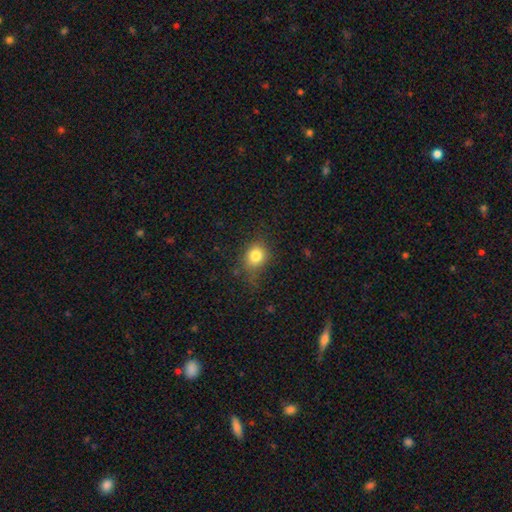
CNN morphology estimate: Smooth or featured? Predicted: smooth (p=0.81). How rounded? Predicted: round (p=0.69). Merging? Predicted: none (p=0.66).